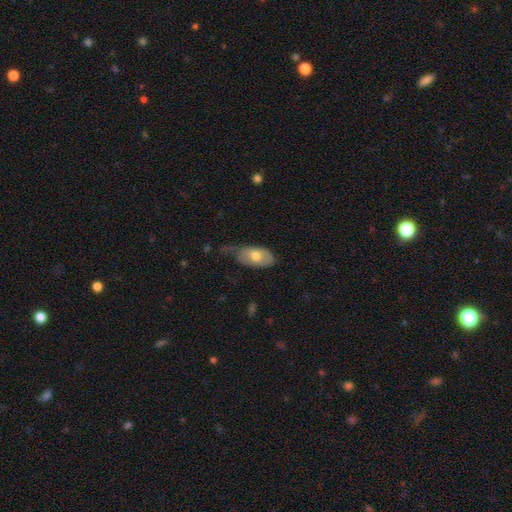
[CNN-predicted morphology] type=smooth (66%); roundness=in between (93%); merging=minor disturbance (40%).